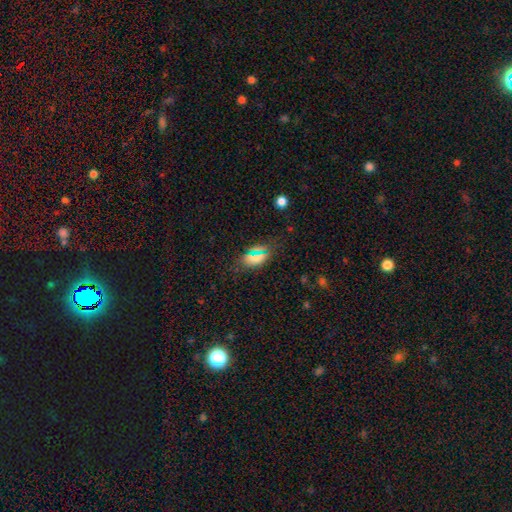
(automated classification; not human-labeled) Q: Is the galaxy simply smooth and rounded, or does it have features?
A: smooth — 67%.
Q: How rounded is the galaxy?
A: in between — 87%.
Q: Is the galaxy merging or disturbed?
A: none — 79%.